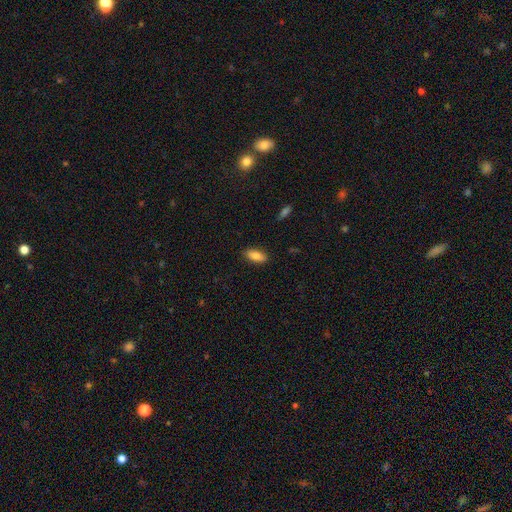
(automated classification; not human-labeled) Smooth or featured?
  - smooth: 84% *
  - featured or disk: 9%
  - star or artifact: 7%
How rounded?
  - in between: 83% *
  - cigar-shaped: 14%
  - round: 2%
Merging?
  - none: 88% *
  - minor disturbance: 9%
  - major disturbance: 2%
  - merger: 1%